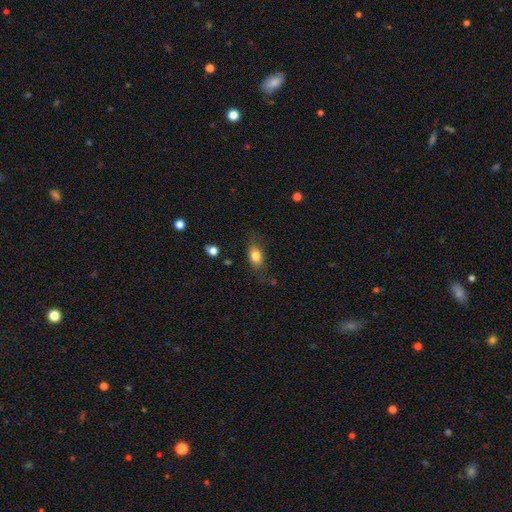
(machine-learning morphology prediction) The model was most divided on "merging": none: 74%, minor disturbance: 18%, major disturbance: 6%, merger: 2%. More confident: smooth or featured — smooth (80%); how rounded — in between (80%).